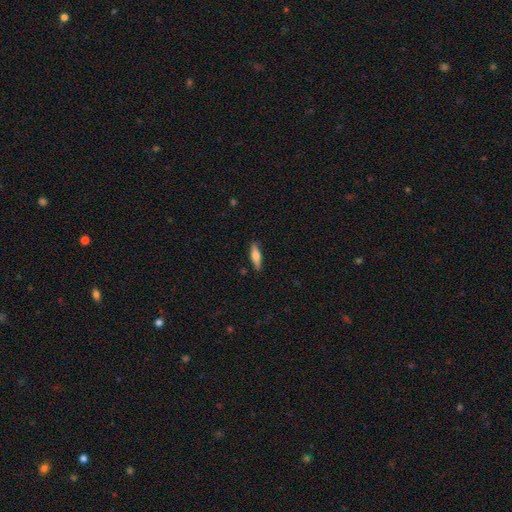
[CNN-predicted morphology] smooth_or_featured: smooth (p=0.58) [alt: featured or disk p=0.35]
how_rounded: cigar-shaped (p=0.64) [alt: in between p=0.34]
merging: none (p=0.86) [alt: minor disturbance p=0.11]